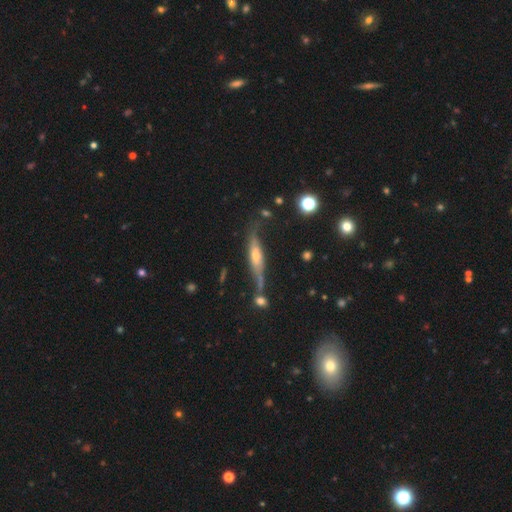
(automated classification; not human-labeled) Smooth or featured: featured or disk — 61% (smooth — 30%)
Edge-on disk: yes — 75% (no — 25%)
Merging: none — 56% (minor disturbance — 24%)